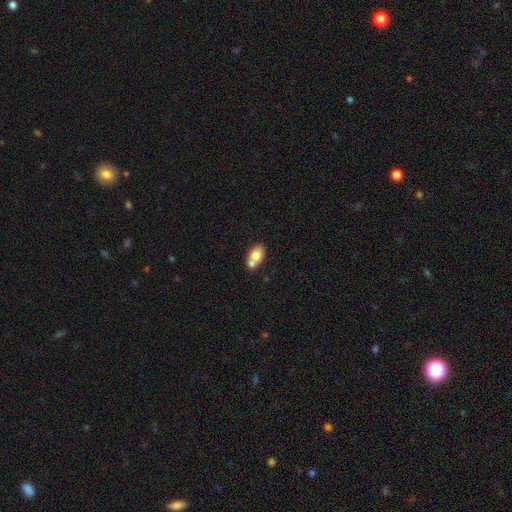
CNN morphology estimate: Smooth or featured? smooth (74%)
How rounded? in between (84%)
Merging? merger (44%)